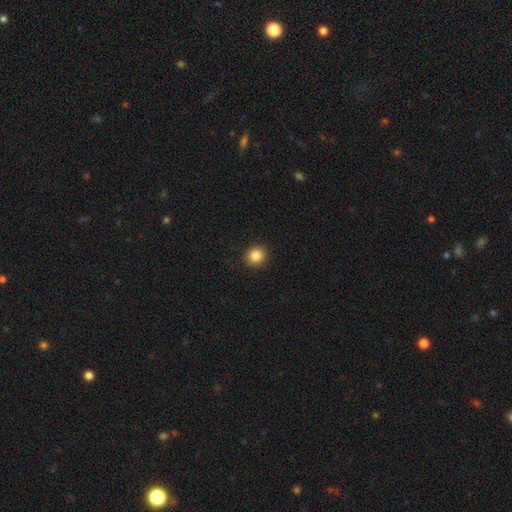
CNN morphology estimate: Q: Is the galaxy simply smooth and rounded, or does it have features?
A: smooth — 85%.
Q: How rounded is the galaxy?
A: round — 87%.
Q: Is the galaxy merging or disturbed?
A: none — 92%.